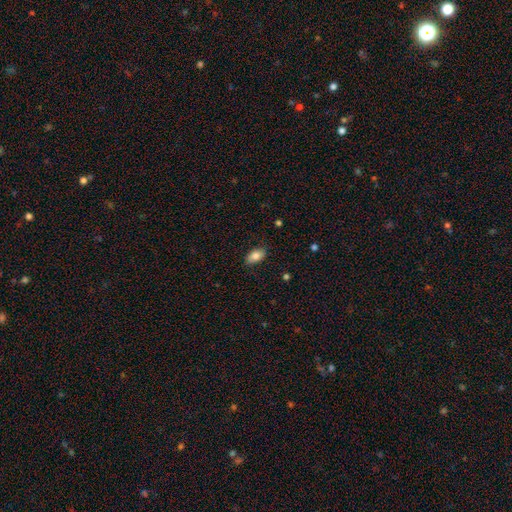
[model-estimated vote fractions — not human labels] This is clearly a smooth galaxy (82%). How rounded: clearly in between (91%). Merging: clearly none (84%).